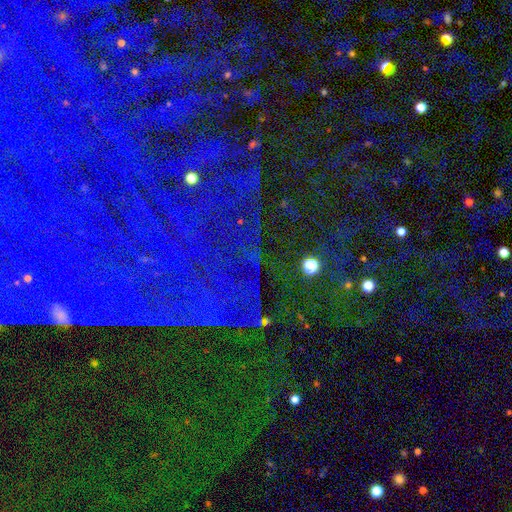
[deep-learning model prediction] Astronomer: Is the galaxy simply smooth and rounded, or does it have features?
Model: star or artifact — 81%.